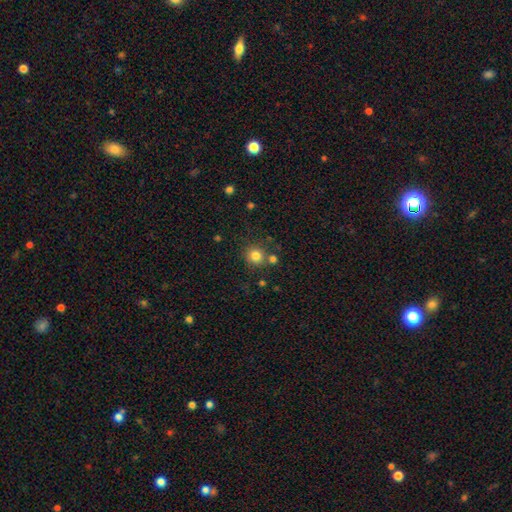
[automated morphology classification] Q: Smooth or featured?
A: smooth (81%); runner-up: star or artifact (13%)
Q: How rounded?
A: round (91%); runner-up: in between (8%)
Q: Merging?
A: none (75%); runner-up: merger (13%)